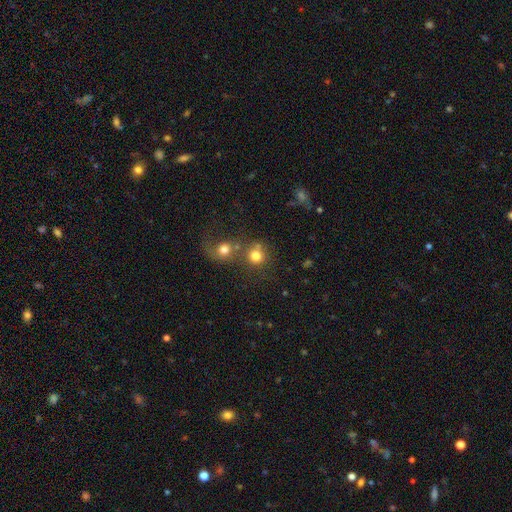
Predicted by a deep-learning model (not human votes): The model was most divided on "merging": none: 48%, merger: 38%, minor disturbance: 8%, major disturbance: 6%. More confident: how rounded — round (88%); smooth or featured — smooth (76%).